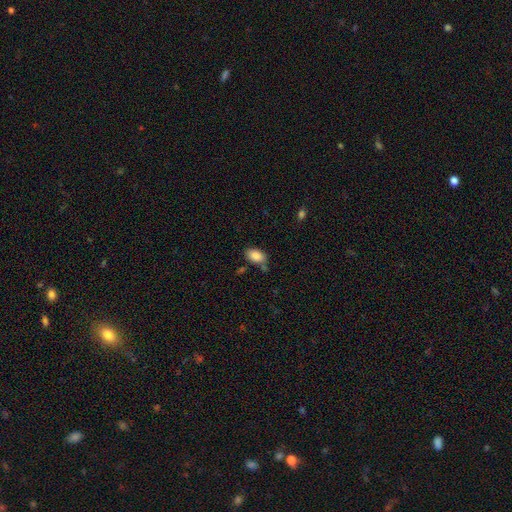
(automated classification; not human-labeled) A smooth galaxy with no disk features (84%) that is in between round and cigar-shaped (90%). Merging: none (66%).